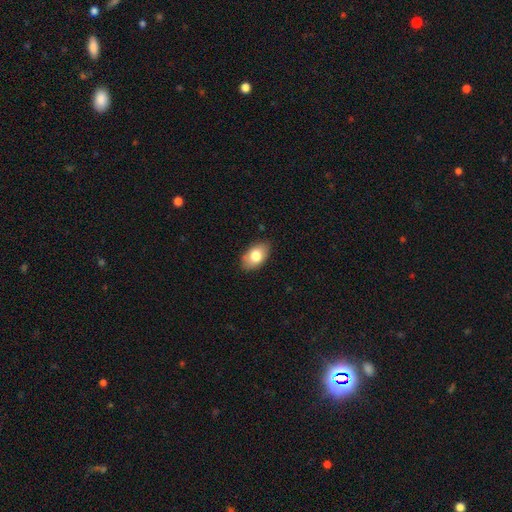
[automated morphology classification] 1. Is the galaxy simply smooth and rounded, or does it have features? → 79% smooth, 14% featured or disk, 7% star or artifact.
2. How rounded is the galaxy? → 92% in between, 7% round, 1% cigar-shaped.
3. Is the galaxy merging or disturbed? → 84% none, 12% minor disturbance, 2% major disturbance, 1% merger.